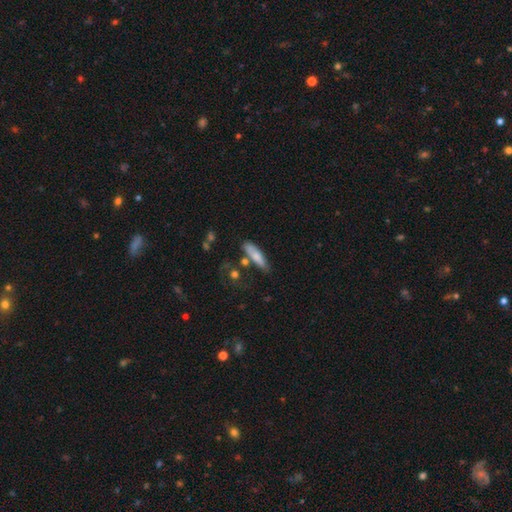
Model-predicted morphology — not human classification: smooth_or_featured: smooth (p=0.73) [alt: featured or disk p=0.20]
how_rounded: cigar-shaped (p=0.65) [alt: in between p=0.33]
merging: none (p=0.66) [alt: minor disturbance p=0.19]